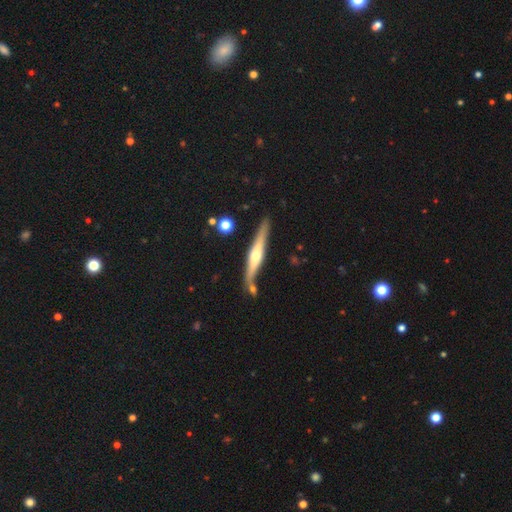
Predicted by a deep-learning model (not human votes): Smooth or featured? Predicted: featured or disk (p=0.67). Edge-on disk? Predicted: yes (p=0.95). Edge-on bulge? Predicted: rounded (p=0.88). Merging? Predicted: none (p=0.74).